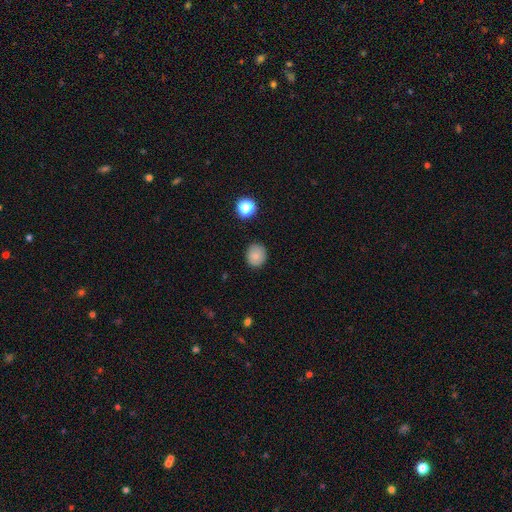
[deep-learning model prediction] smooth 78%, featured or disk 11%, star or artifact 11%. Down the decision tree: how rounded — round (82%); merging — none (87%).